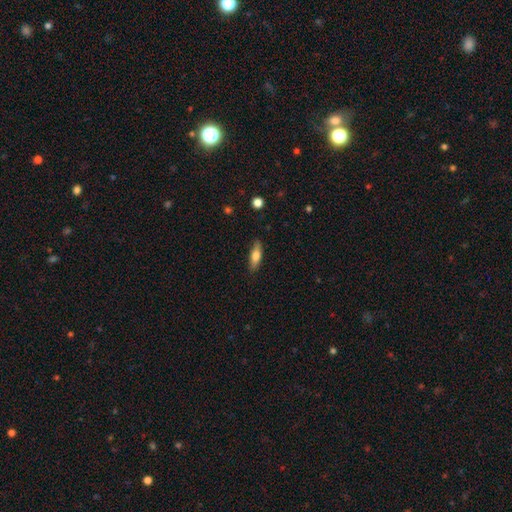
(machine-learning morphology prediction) Smooth or featured? Predicted: smooth (p=0.72). How rounded? Predicted: in between (p=0.52). Merging? Predicted: none (p=0.83).